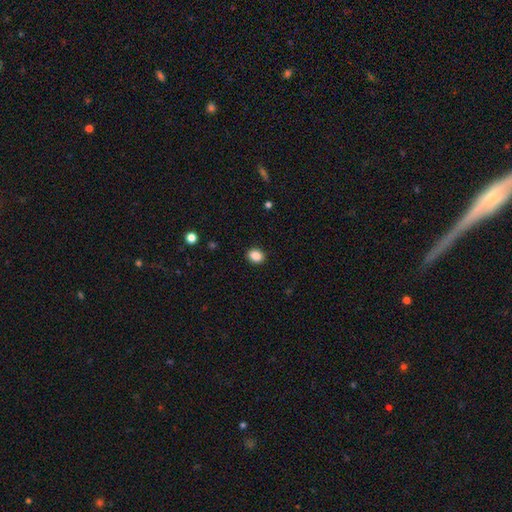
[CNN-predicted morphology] Smooth or featured: smooth — 88% (star or artifact — 9%)
How rounded: in between — 53% (round — 46%)
Merging: none — 90% (minor disturbance — 7%)